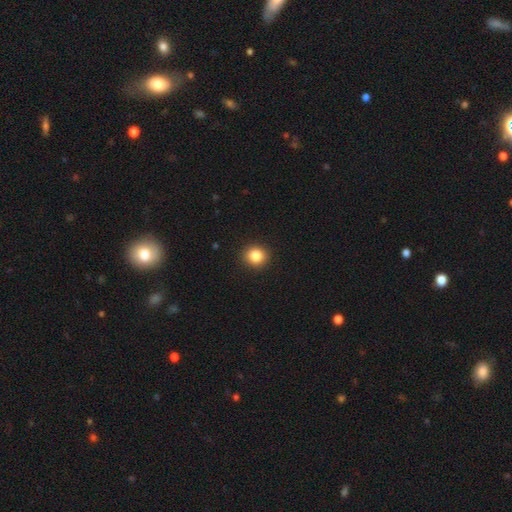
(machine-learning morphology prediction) Smooth or featured? smooth (85%)
How rounded? round (86%)
Merging? none (92%)